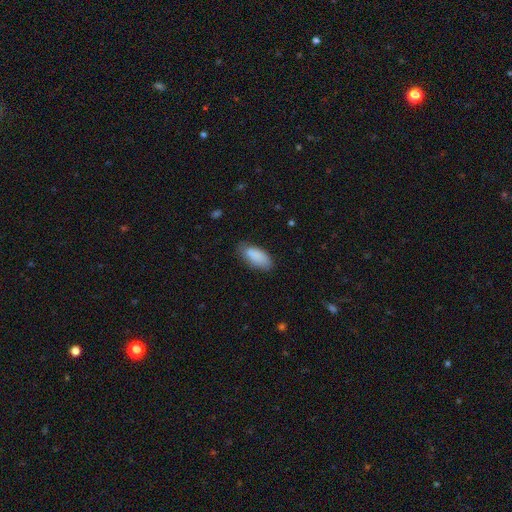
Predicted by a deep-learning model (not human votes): Overall: smooth (87%). How rounded: in between (88%). Merging: none (70%).